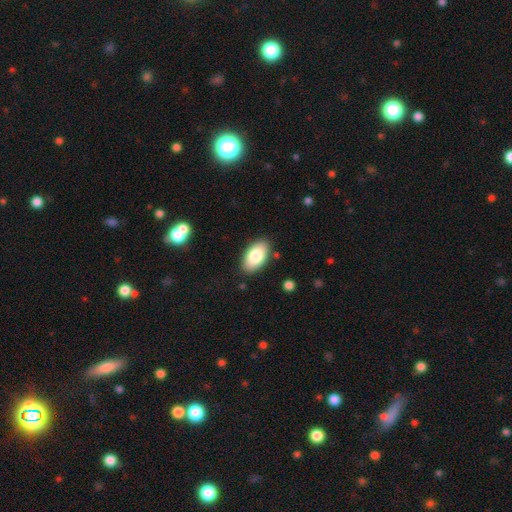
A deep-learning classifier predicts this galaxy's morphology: Smooth or featured: smooth — 82% (featured or disk — 12%)
How rounded: in between — 95% (round — 3%)
Merging: none — 86% (minor disturbance — 10%)